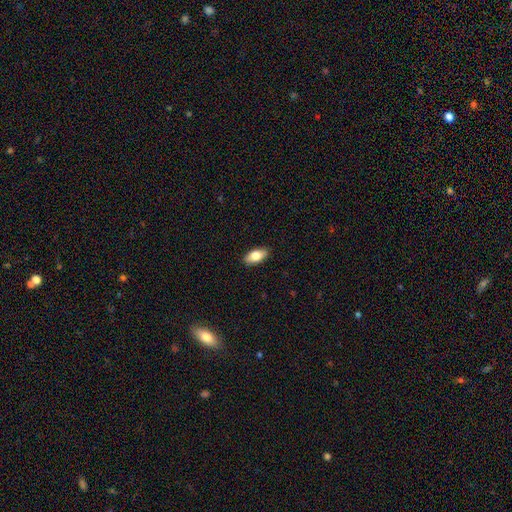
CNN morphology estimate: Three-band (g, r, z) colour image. It shows a smooth galaxy with no disk features (78%) that is in between round and cigar-shaped (90%). Merging: none (89%).